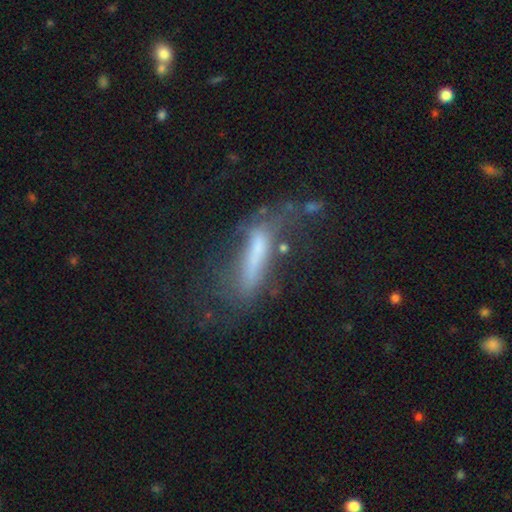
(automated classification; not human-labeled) This is possibly a featured or disk galaxy (47%). Merging: marginally none (36%).